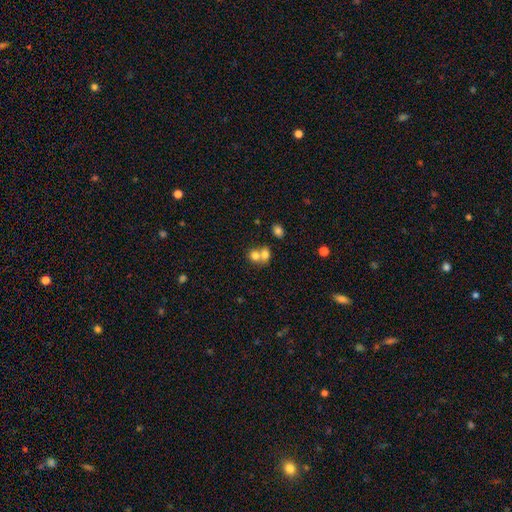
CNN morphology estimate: smooth_or_featured: smooth (p=0.74) [alt: featured or disk p=0.15]
how_rounded: round (p=0.66) [alt: in between p=0.33]
merging: merger (p=0.63) [alt: none p=0.29]